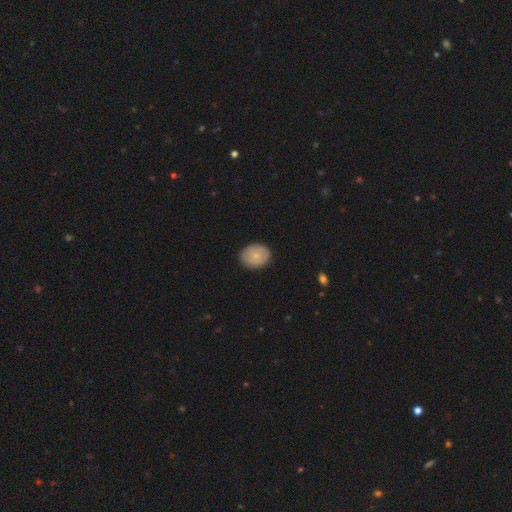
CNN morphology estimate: Overall: smooth (77%). How rounded: round (51%; in between 48%). Merging: none (88%).